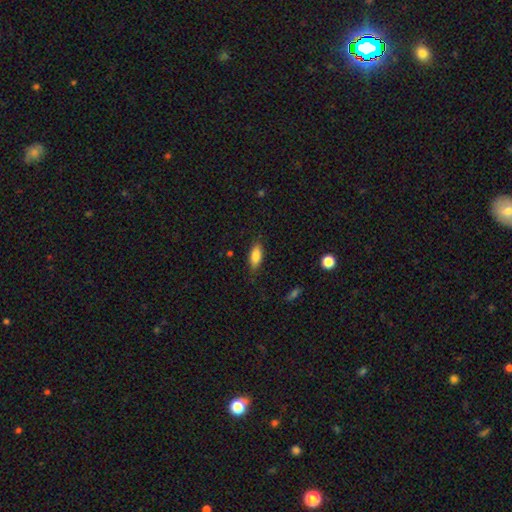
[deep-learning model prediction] Overall: smooth (83%). How rounded: in between (75%). Merging: none (81%).